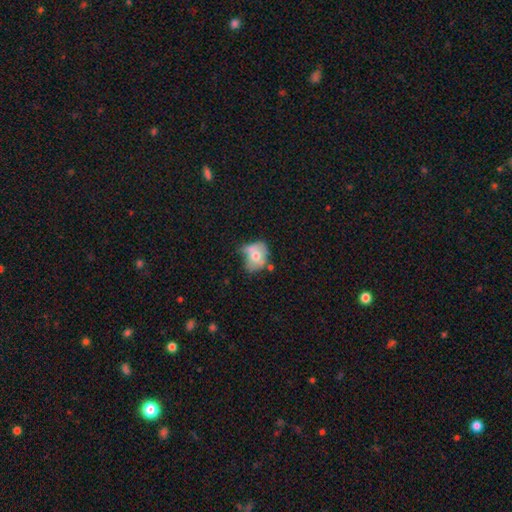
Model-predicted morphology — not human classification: This is possibly a smooth galaxy (56%). How rounded: possibly in between (58%). Merging: marginally minor disturbance (30%).